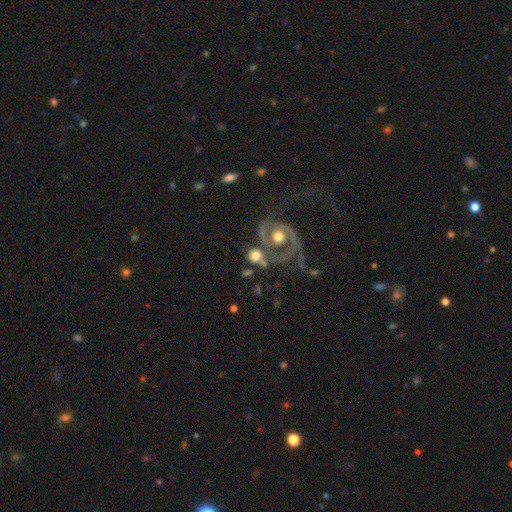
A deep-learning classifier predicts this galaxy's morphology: Q: Smooth or featured?
A: smooth (46%); runner-up: featured or disk (45%)
Q: Merging?
A: none (39%); runner-up: merger (34%)